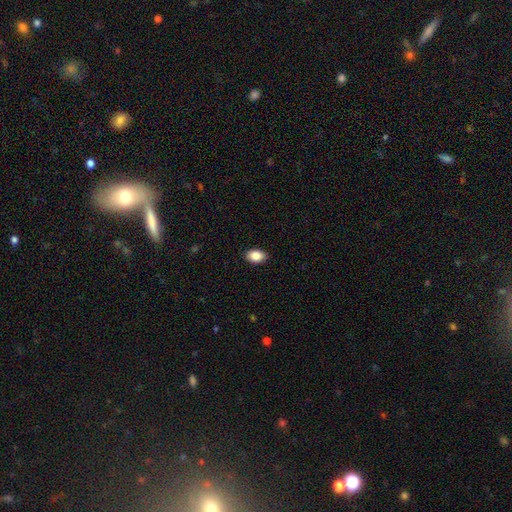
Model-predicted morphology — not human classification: A smooth galaxy with no disk features (87%) that is in between round and cigar-shaped (87%).

Vote fractions:
- Smooth or featured? smooth: 87% / star or artifact: 8% / featured or disk: 5%
- How rounded? in between: 87% / round: 12% / cigar-shaped: 1%
- Merging? none: 89% / minor disturbance: 8% / major disturbance: 2% / merger: 1%